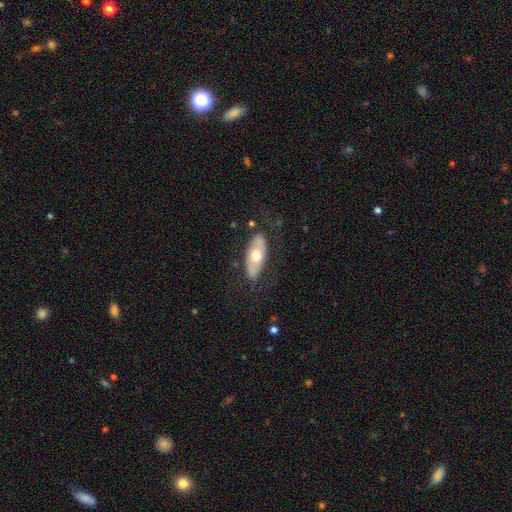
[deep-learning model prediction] Q: Smooth or featured?
A: smooth (52%); runner-up: featured or disk (43%)
Q: How rounded?
A: in between (85%); runner-up: cigar-shaped (12%)
Q: Merging?
A: none (77%); runner-up: minor disturbance (15%)